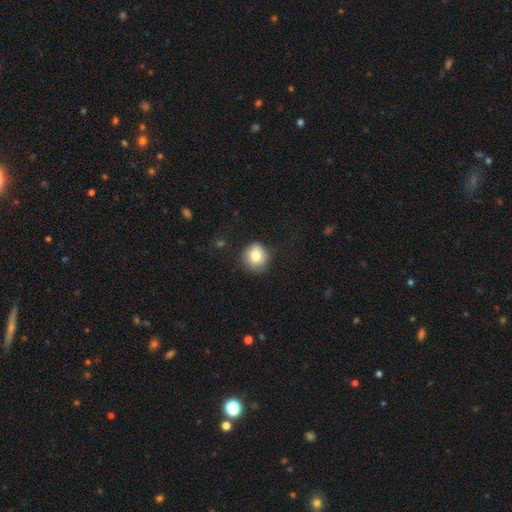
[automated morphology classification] Q: Smooth or featured?
A: smooth (80%); runner-up: featured or disk (10%)
Q: How rounded?
A: round (88%); runner-up: in between (11%)
Q: Merging?
A: none (81%); runner-up: minor disturbance (14%)